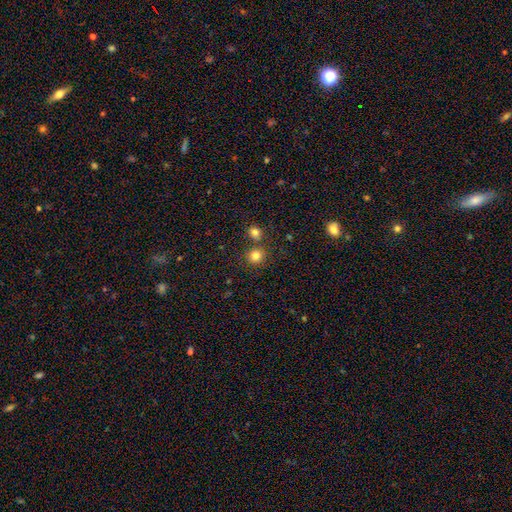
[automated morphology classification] smooth-or-featured: smooth: 81% | star or artifact: 13% | featured or disk: 6%
  how-rounded: round: 88% | in between: 11% | cigar-shaped: 1%
  merging: none: 75% | merger: 15% | minor disturbance: 8% | major disturbance: 3%